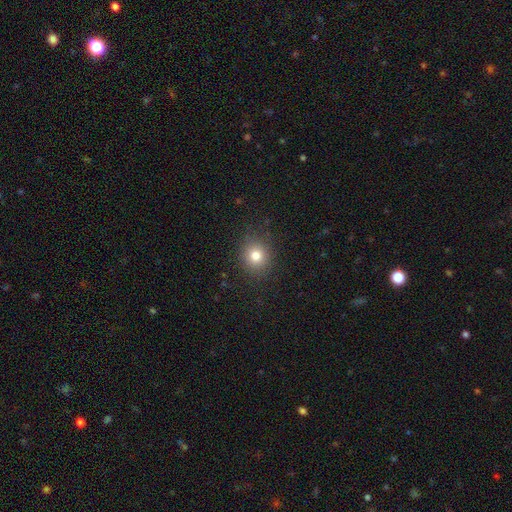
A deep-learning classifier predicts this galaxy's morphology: Q: Smooth or featured?
A: smooth (78%); runner-up: star or artifact (14%)
Q: How rounded?
A: round (85%); runner-up: in between (14%)
Q: Merging?
A: none (88%); runner-up: minor disturbance (8%)